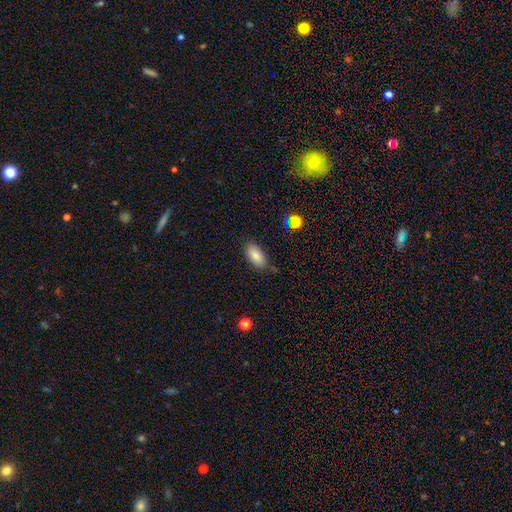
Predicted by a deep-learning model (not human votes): Morphology: type=smooth (84%); roundness=in between (91%); merging=none (80%).